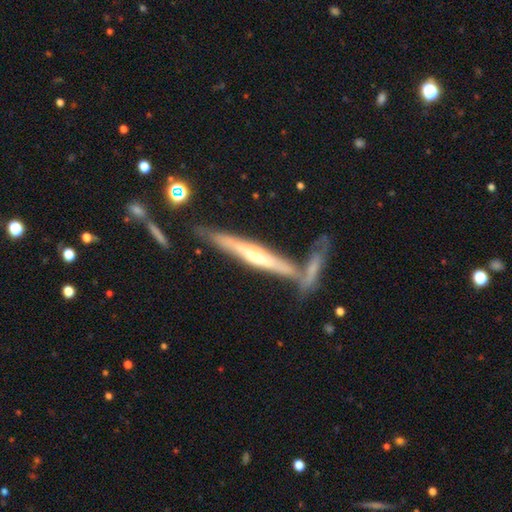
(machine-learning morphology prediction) smooth_or_featured: featured or disk (p=0.66) [alt: smooth p=0.28]
disk_edge_on: yes (p=0.90) [alt: no p=0.10]
edge_on_bulge: rounded (p=0.45) [alt: none p=0.36]
merging: none (p=0.57) [alt: merger p=0.25]